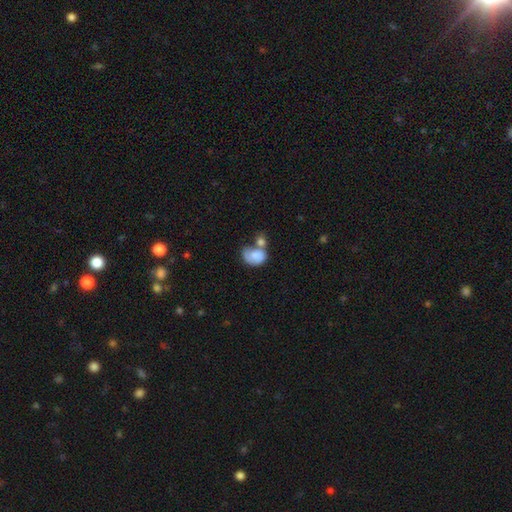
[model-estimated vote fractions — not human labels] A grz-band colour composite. It shows a smooth galaxy with no disk features (75%) that is in between round and cigar-shaped (66%). Merging: merger (49%).